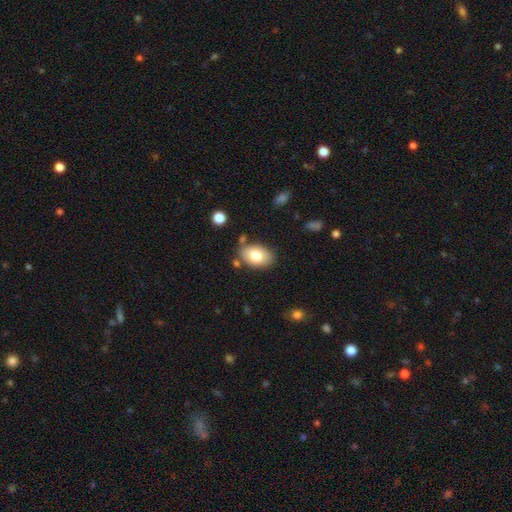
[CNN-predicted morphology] smooth-or-featured: smooth: 77% | featured or disk: 16% | star or artifact: 7%
  how-rounded: in between: 87% | round: 12% | cigar-shaped: 1%
  merging: none: 77% | minor disturbance: 14% | merger: 5% | major disturbance: 3%